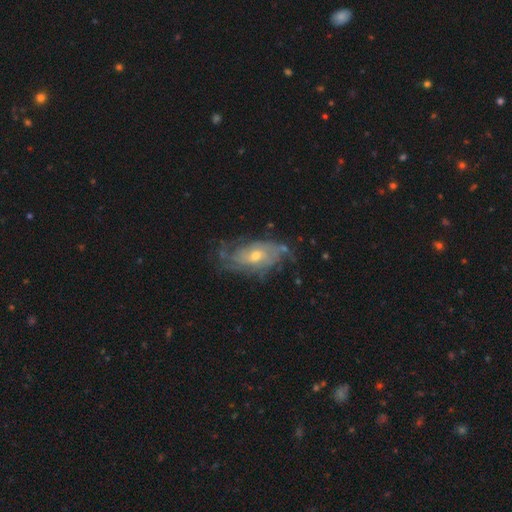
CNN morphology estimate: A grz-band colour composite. It shows a featured or disk galaxy (79%) with no bar (72%), tight (48%) spiral arms (88%) and a moderate central bulge (52%). Merging: none (64%).